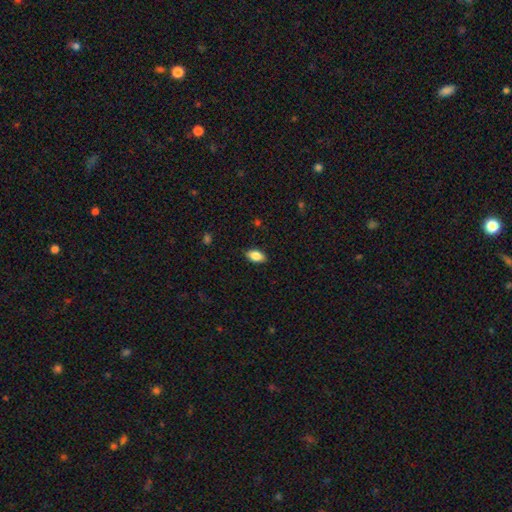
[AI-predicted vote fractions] A smooth galaxy with no disk features (84%) that is in between round and cigar-shaped (91%).

Vote fractions:
- Smooth or featured? smooth: 84% / featured or disk: 9% / star or artifact: 7%
- How rounded? in between: 91% / round: 5% / cigar-shaped: 4%
- Merging? none: 87% / minor disturbance: 10% / major disturbance: 2% / merger: 1%